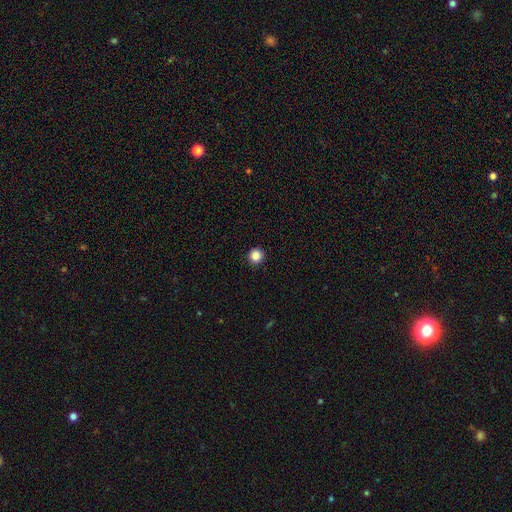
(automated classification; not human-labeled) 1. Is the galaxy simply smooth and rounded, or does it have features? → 86% smooth, 11% star or artifact, 3% featured or disk.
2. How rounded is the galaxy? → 96% round, 3% in between, 1% cigar-shaped.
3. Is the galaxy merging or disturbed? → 94% none, 4% minor disturbance, 1% major disturbance, 1% merger.